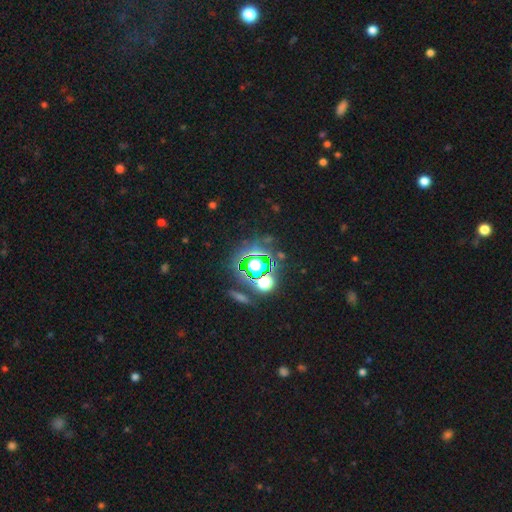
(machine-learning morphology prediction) Smooth or featured? star or artifact (83%)